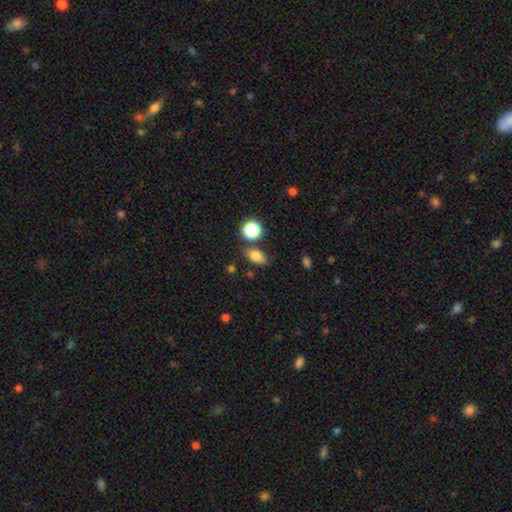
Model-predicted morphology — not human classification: The model was most divided on "how rounded": in between: 81%, round: 15%, cigar-shaped: 4%. More confident: smooth or featured — smooth (78%); merging — none (78%).